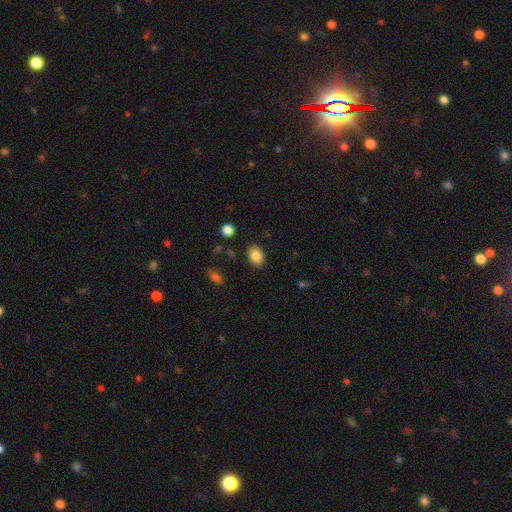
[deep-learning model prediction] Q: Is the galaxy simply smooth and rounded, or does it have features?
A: smooth — 85%.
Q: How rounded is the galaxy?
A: in between — 71%.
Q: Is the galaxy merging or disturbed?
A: none — 86%.